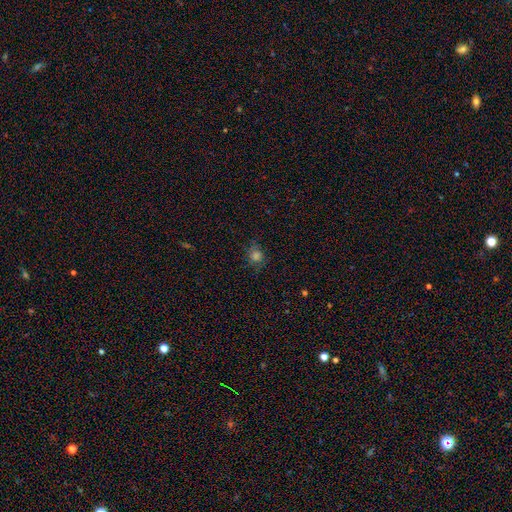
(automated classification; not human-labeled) smooth-or-featured: smooth: 64% | star or artifact: 26% | featured or disk: 10%
  how-rounded: round: 80% | in between: 19% | cigar-shaped: 1%
  merging: none: 76% | minor disturbance: 16% | major disturbance: 6% | merger: 2%